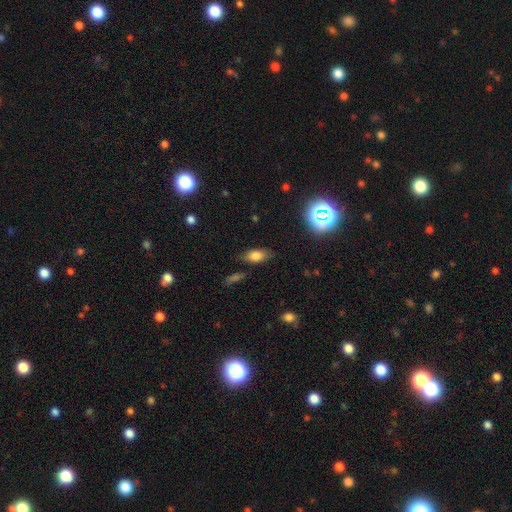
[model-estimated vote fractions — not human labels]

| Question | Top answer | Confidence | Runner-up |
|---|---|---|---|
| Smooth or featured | smooth | 75% | featured or disk (13%) |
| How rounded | in between | 85% | cigar-shaped (9%) |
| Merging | none | 80% | minor disturbance (14%) |